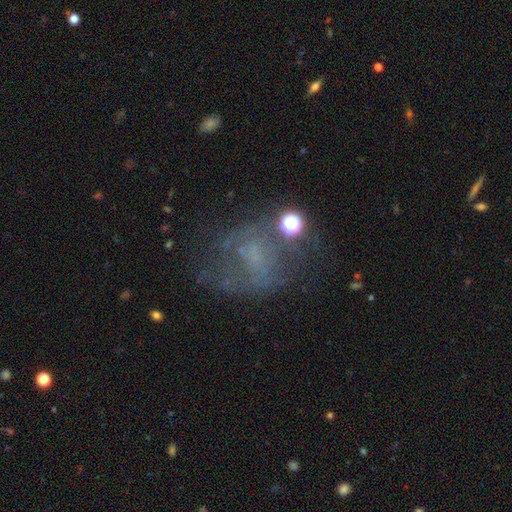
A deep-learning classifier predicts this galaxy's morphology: smooth-or-featured: featured or disk: 46% | smooth: 28% | star or artifact: 25%
  merging: none: 47% | major disturbance: 28% | minor disturbance: 20% | merger: 6%